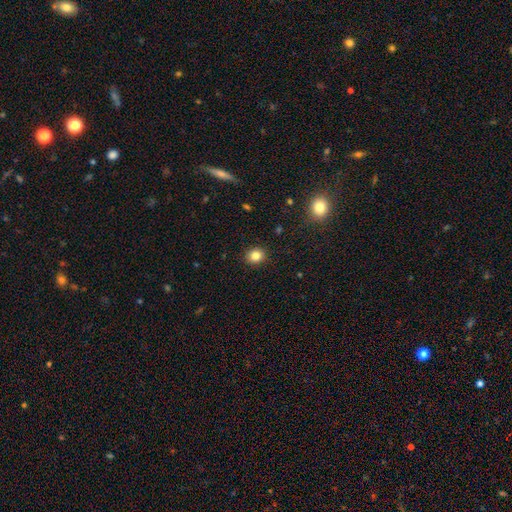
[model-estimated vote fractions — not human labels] A smooth galaxy with no disk features (83%) that is round (73%).

Vote fractions:
- Smooth or featured? smooth: 83% / star or artifact: 11% / featured or disk: 6%
- How rounded? round: 73% / in between: 26% / cigar-shaped: 1%
- Merging? none: 90% / minor disturbance: 7% / major disturbance: 2% / merger: 1%